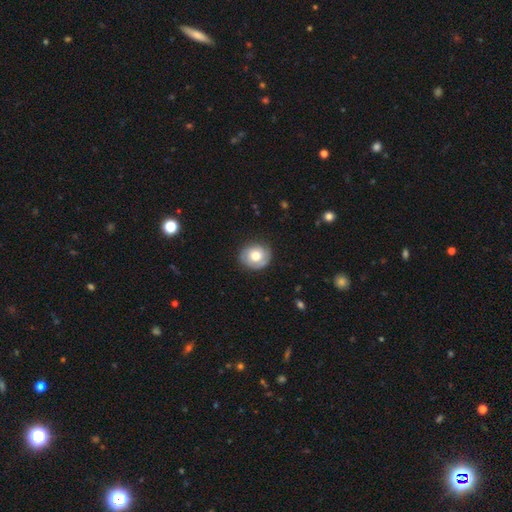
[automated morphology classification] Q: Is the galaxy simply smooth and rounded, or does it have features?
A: smooth — 62%.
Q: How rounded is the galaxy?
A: round — 70%.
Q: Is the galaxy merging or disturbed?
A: none — 79%.